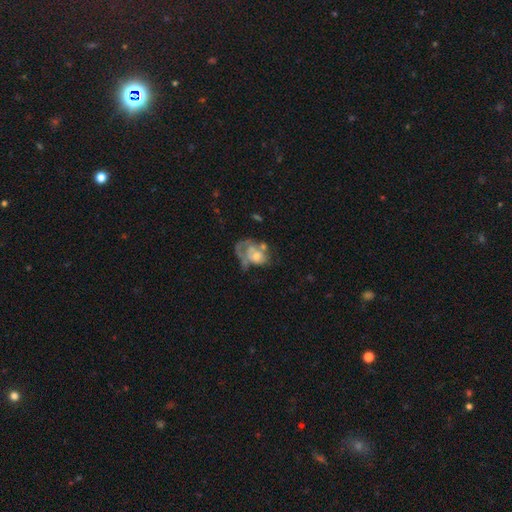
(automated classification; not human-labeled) Smooth or featured: featured or disk — 62% (smooth — 30%)
Edge-on disk: no — 97% (yes — 3%)
Bar: no — 84% (weak — 13%)
Spiral arms: no — 53% (yes — 47%)
Bulge size: moderate — 46% (small — 42%)
Merging: major disturbance — 40% (none — 23%)